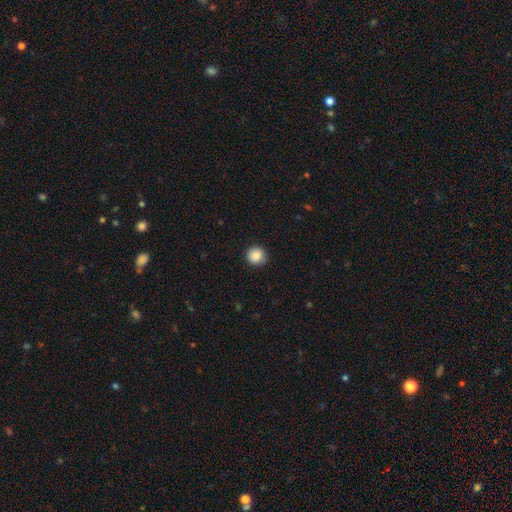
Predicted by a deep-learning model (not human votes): This is clearly a smooth galaxy (88%). How rounded: clearly round (93%). Merging: clearly none (88%).